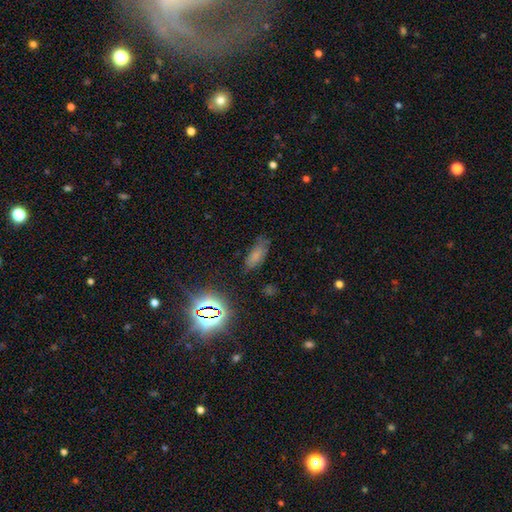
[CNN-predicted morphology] This is likely a smooth galaxy (65%). How rounded: likely in between (73%). Merging: likely none (68%).